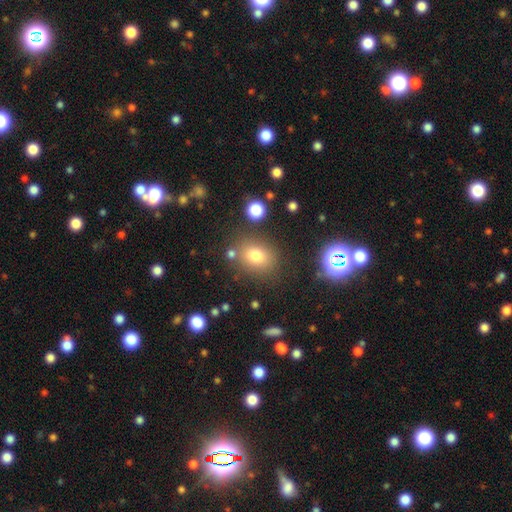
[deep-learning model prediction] smooth_or_featured: smooth (p=0.75) [alt: star or artifact p=0.15]
how_rounded: round (p=0.52) [alt: in between p=0.46]
merging: none (p=0.76) [alt: minor disturbance p=0.12]